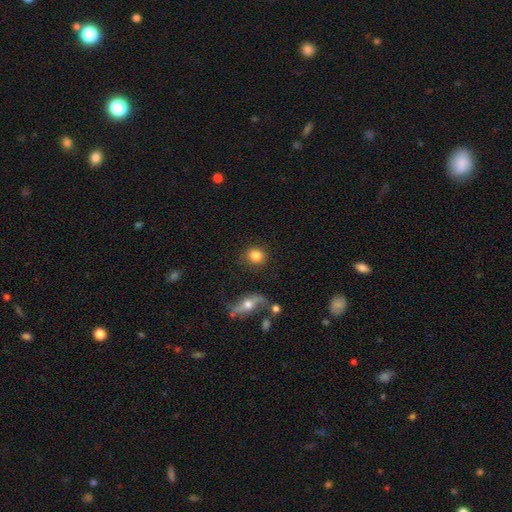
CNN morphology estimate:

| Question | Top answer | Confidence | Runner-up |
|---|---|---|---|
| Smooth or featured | smooth | 82% | featured or disk (10%) |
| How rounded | round | 85% | in between (13%) |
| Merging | none | 83% | minor disturbance (9%) |